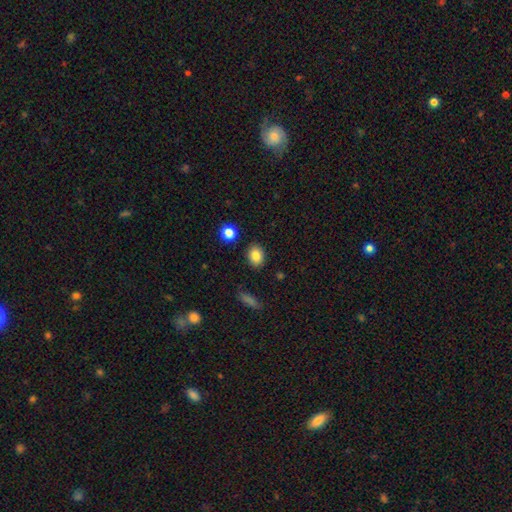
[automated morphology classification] Smooth or featured: smooth — 85% (star or artifact — 10%)
How rounded: in between — 59% (round — 39%)
Merging: none — 87% (minor disturbance — 8%)